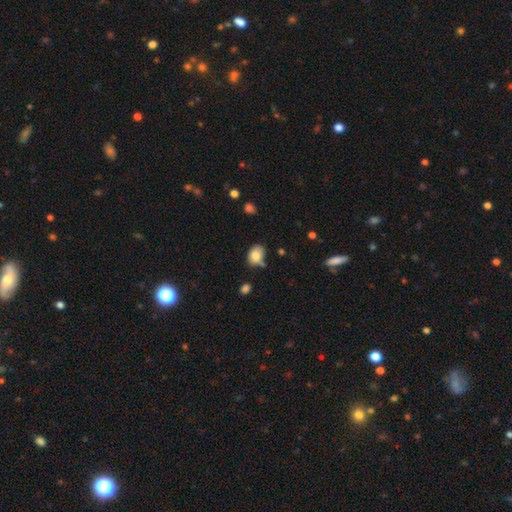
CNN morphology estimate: The model was most divided on "merging": none: 56%, minor disturbance: 28%, merger: 9%, major disturbance: 7%. More confident: smooth or featured — smooth (82%); how rounded — in between (67%).